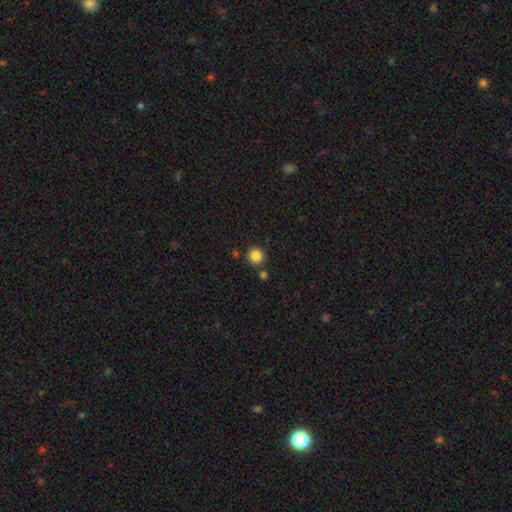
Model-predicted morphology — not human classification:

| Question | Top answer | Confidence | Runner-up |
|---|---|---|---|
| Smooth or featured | smooth | 84% | star or artifact (11%) |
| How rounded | round | 95% | in between (4%) |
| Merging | none | 85% | merger (7%) |